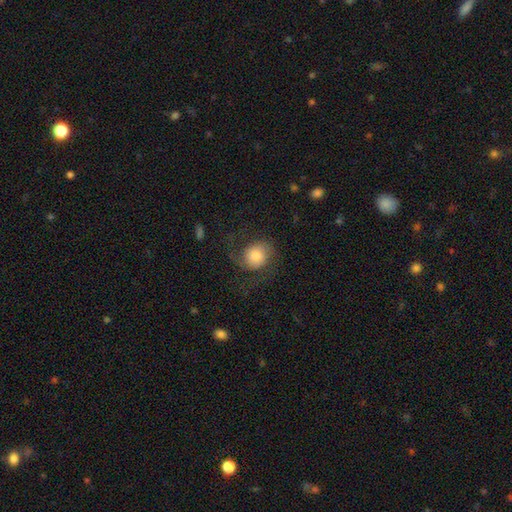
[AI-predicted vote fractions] Smooth or featured? featured or disk (51%)
Edge-on disk? no (97%)
Merging? none (64%)